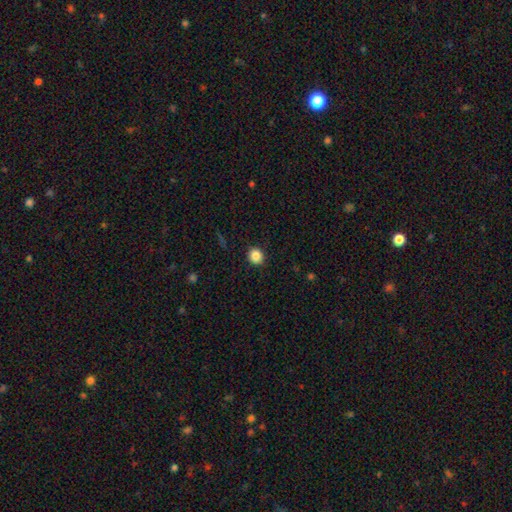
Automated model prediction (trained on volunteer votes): A smooth galaxy with no disk features (86%) that is round (83%). Merging: none (91%).